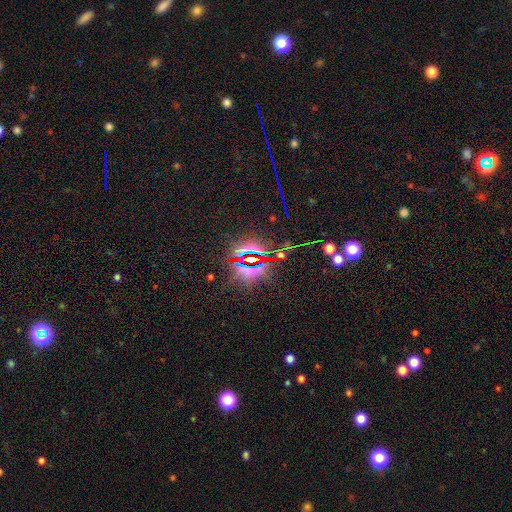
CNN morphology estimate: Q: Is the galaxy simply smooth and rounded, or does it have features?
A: star or artifact — 85%.